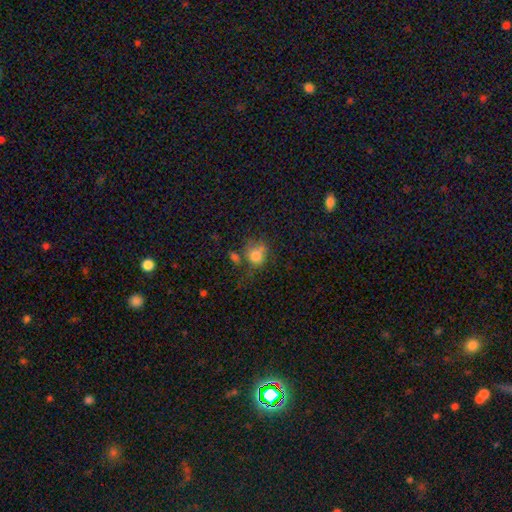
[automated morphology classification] This appears to be a smooth galaxy with no disk features (75%) that is round (64%). Merging: none (43%).